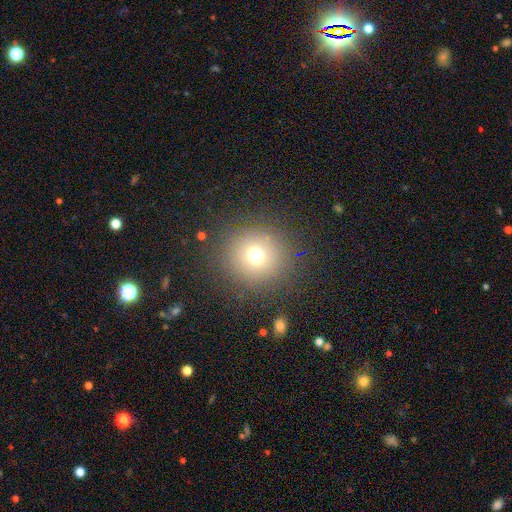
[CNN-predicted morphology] A smooth galaxy with no disk features (69%) that is round (93%). Merging: none (86%).